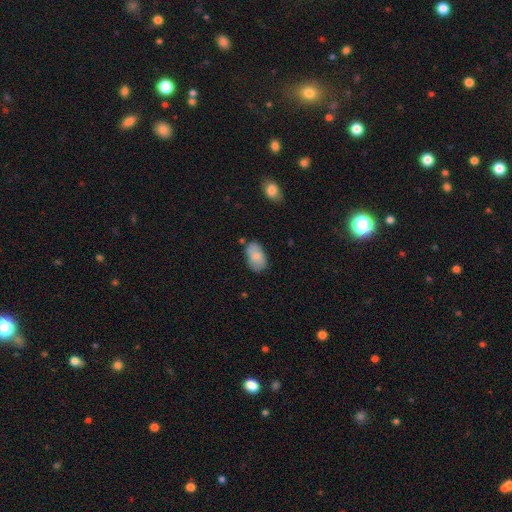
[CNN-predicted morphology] smooth_or_featured: smooth (p=0.81) [alt: featured or disk p=0.12]
how_rounded: in between (p=0.93) [alt: round p=0.06]
merging: none (p=0.68) [alt: minor disturbance p=0.22]